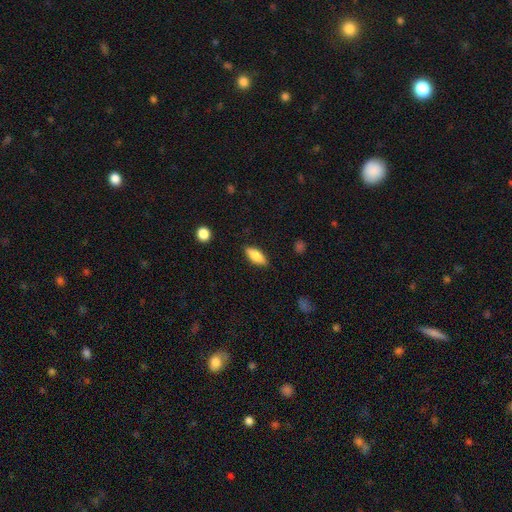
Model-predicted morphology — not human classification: This is clearly a smooth galaxy (81%). How rounded: likely in between (73%). Merging: clearly none (87%).